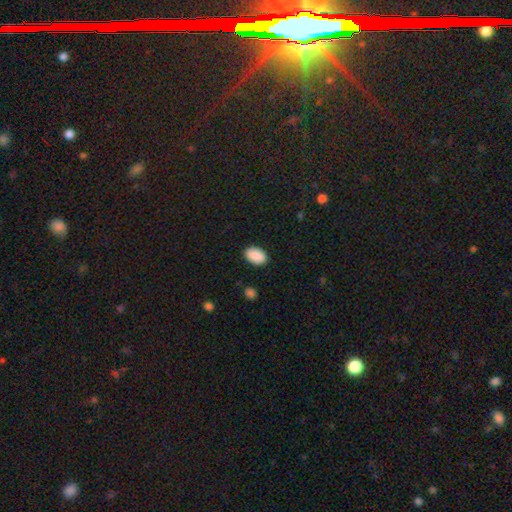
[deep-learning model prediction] Q: Smooth or featured?
A: smooth (91%); runner-up: star or artifact (6%)
Q: How rounded?
A: in between (92%); runner-up: round (7%)
Q: Merging?
A: none (89%); runner-up: minor disturbance (8%)